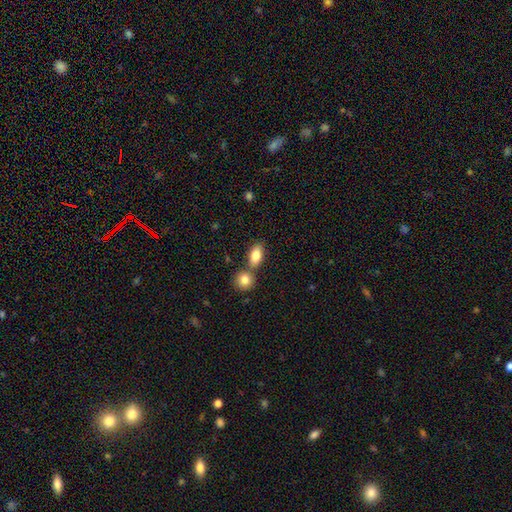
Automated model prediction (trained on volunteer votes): Smooth or featured? Predicted: smooth (p=0.83). How rounded? Predicted: in between (p=0.86). Merging? Predicted: none (p=0.57).